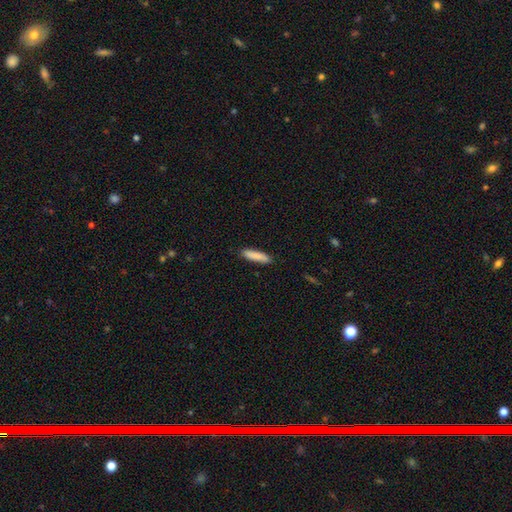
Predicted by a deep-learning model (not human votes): Overall: smooth (87%). How rounded: cigar-shaped (80%). Merging: none (88%).